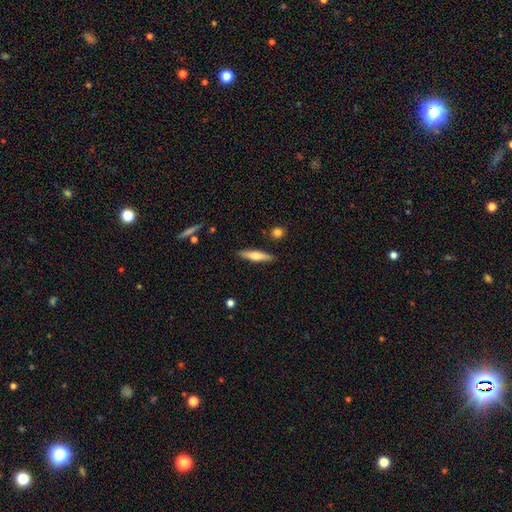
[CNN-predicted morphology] A smooth galaxy with no disk features (53%) that is cigar-shaped (82%).

Vote fractions:
- Smooth or featured? smooth: 53% / featured or disk: 41% / star or artifact: 6%
- How rounded? cigar-shaped: 82% / in between: 16% / round: 2%
- Merging? none: 89% / minor disturbance: 8% / merger: 2% / major disturbance: 2%